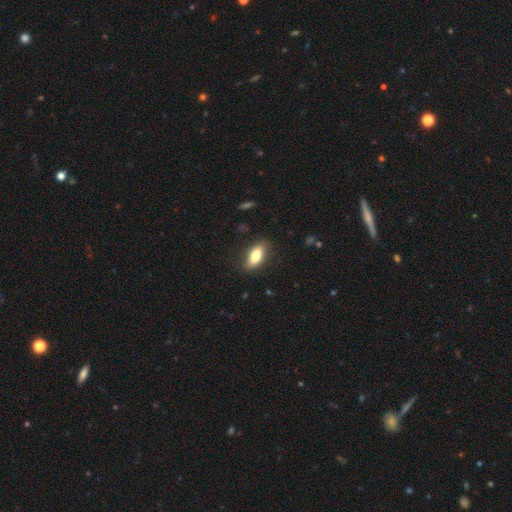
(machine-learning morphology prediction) Overall: smooth (76%). How rounded: in between (79%). Merging: none (81%).